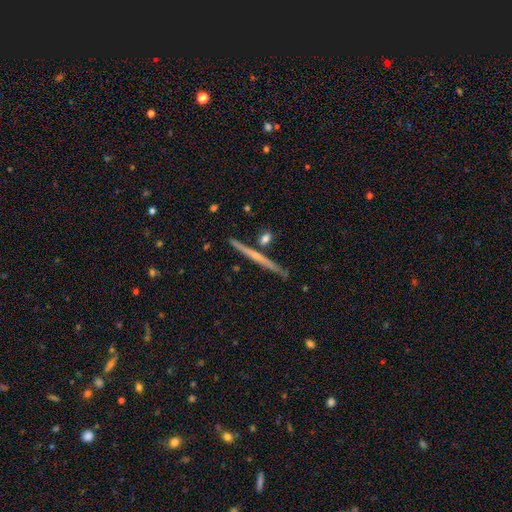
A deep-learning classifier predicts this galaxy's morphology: Smooth or featured? featured or disk (69%)
Edge-on disk? yes (98%)
Edge-on bulge? none (52%)
Merging? none (87%)